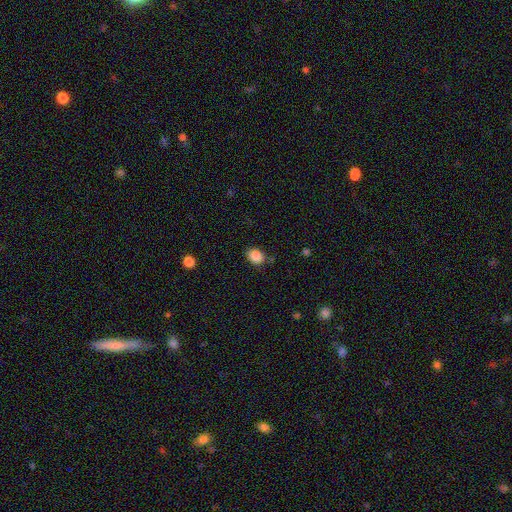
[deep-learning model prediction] smooth-or-featured: smooth: 86% | star or artifact: 9% | featured or disk: 4%
  how-rounded: in between: 52% | round: 47% | cigar-shaped: 1%
  merging: none: 78% | minor disturbance: 15% | merger: 4% | major disturbance: 3%